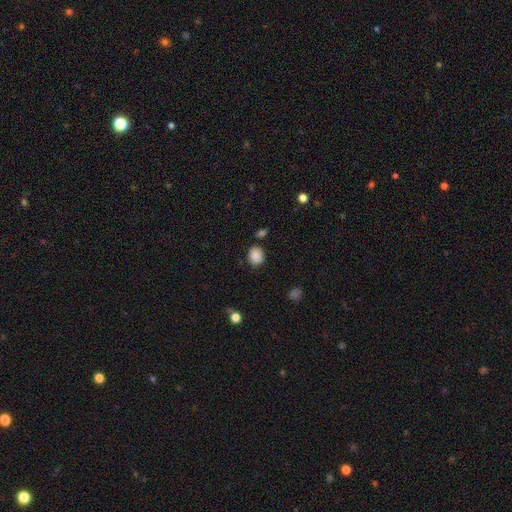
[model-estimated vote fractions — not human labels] Q: Smooth or featured?
A: smooth (87%); runner-up: star or artifact (9%)
Q: How rounded?
A: round (60%); runner-up: in between (39%)
Q: Merging?
A: none (81%); runner-up: minor disturbance (12%)